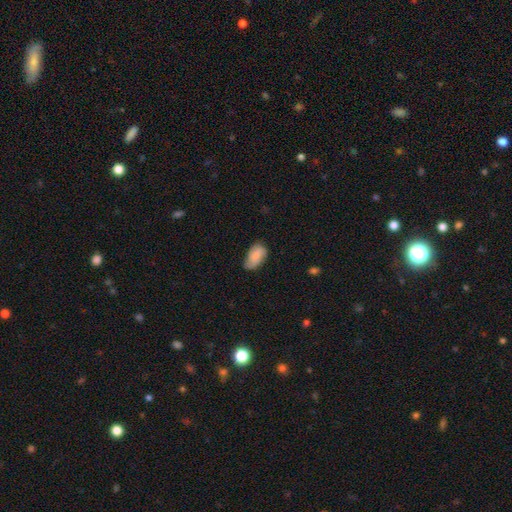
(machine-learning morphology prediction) Overall: smooth (73%). How rounded: in between (92%). Merging: none (50%; minor disturbance 36%).